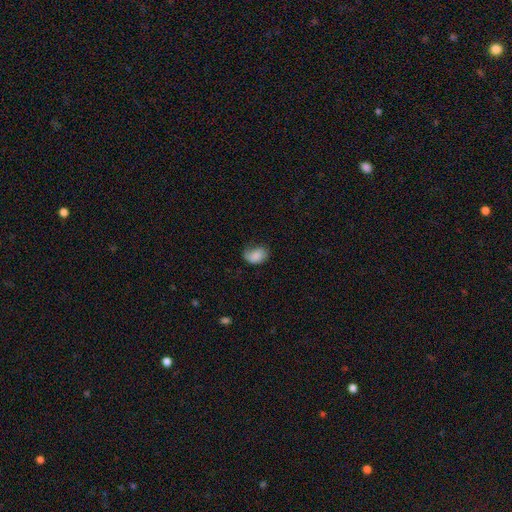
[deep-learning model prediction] smooth-or-featured: smooth: 80% | featured or disk: 12% | star or artifact: 8%
  how-rounded: in between: 78% | round: 21% | cigar-shaped: 1%
  merging: none: 43% | minor disturbance: 35% | major disturbance: 20% | merger: 2%